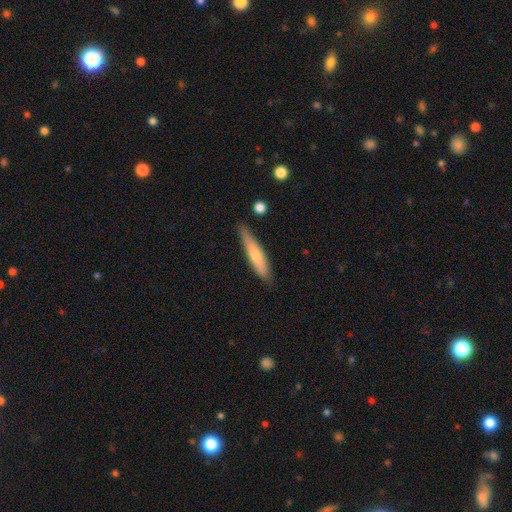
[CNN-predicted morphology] A smooth galaxy with no disk features (63%) that is cigar-shaped (87%).

Vote fractions:
- Smooth or featured? smooth: 63% / featured or disk: 32% / star or artifact: 6%
- How rounded? cigar-shaped: 87% / in between: 12% / round: 1%
- Merging? none: 78% / minor disturbance: 16% / major disturbance: 3% / merger: 2%